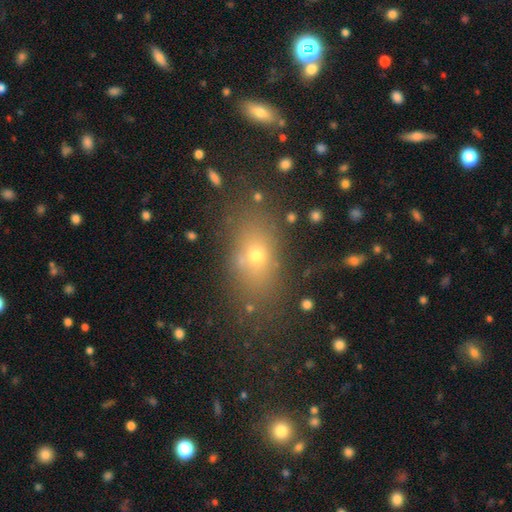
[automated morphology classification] A smooth galaxy with no disk features (63%) that is in between round and cigar-shaped (69%).

Vote fractions:
- Smooth or featured? smooth: 63% / star or artifact: 21% / featured or disk: 15%
- How rounded? in between: 69% / round: 24% / cigar-shaped: 6%
- Merging? none: 75% / minor disturbance: 13% / major disturbance: 7% / merger: 5%